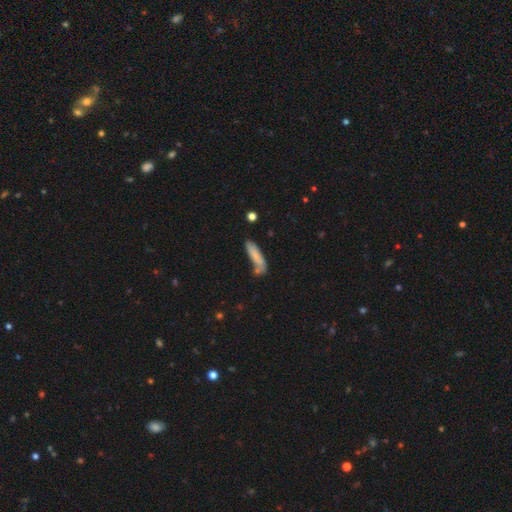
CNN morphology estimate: The model was most divided on "merging": none: 60%, minor disturbance: 21%, merger: 13%, major disturbance: 6%. More confident: smooth or featured — smooth (79%); how rounded — cigar-shaped (77%).